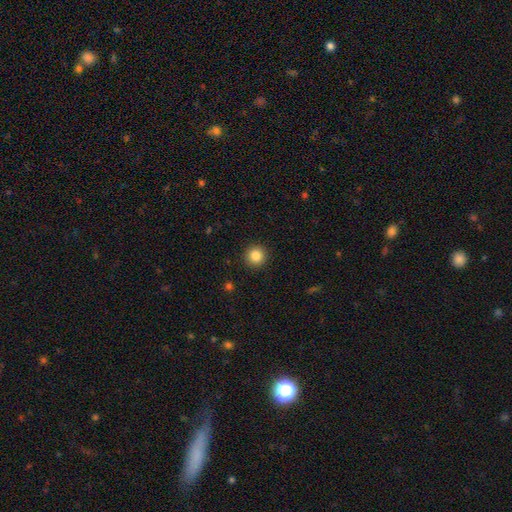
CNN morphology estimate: Smooth or featured: smooth — 85% (star or artifact — 10%)
How rounded: round — 95% (in between — 4%)
Merging: none — 92% (minor disturbance — 5%)